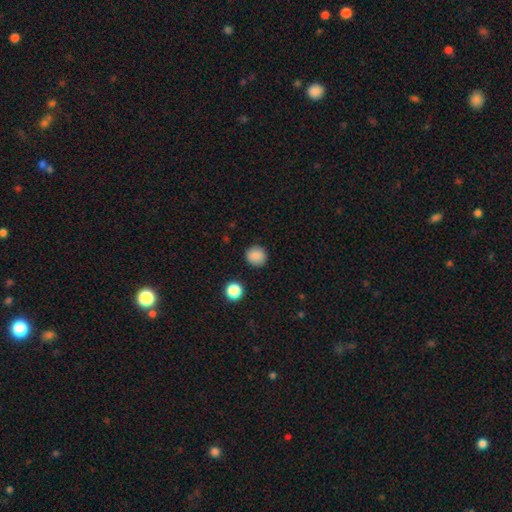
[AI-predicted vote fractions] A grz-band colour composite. It shows a smooth galaxy with no disk features (87%) that is round (90%). Merging: none (89%).